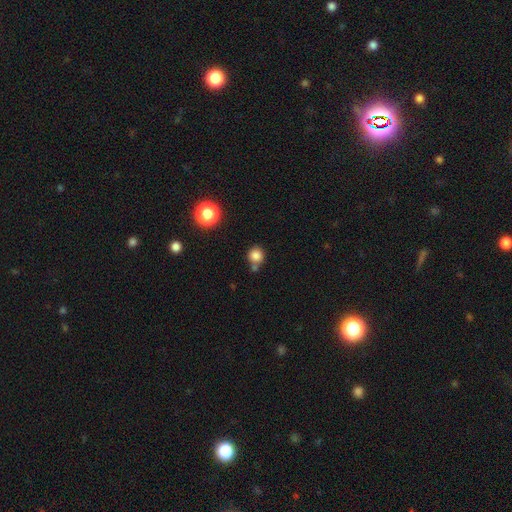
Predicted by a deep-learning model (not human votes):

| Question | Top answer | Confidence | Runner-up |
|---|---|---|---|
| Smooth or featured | smooth | 83% | star or artifact (12%) |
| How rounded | round | 91% | in between (8%) |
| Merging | none | 67% | merger (17%) |